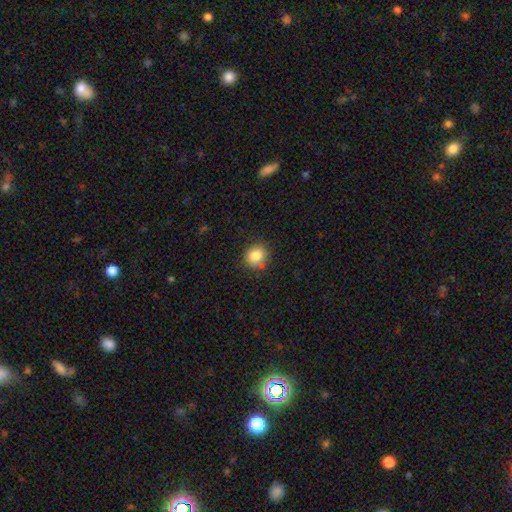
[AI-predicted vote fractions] Smooth or featured: smooth — 84% (star or artifact — 10%)
How rounded: round — 77% (in between — 22%)
Merging: none — 79% (minor disturbance — 14%)